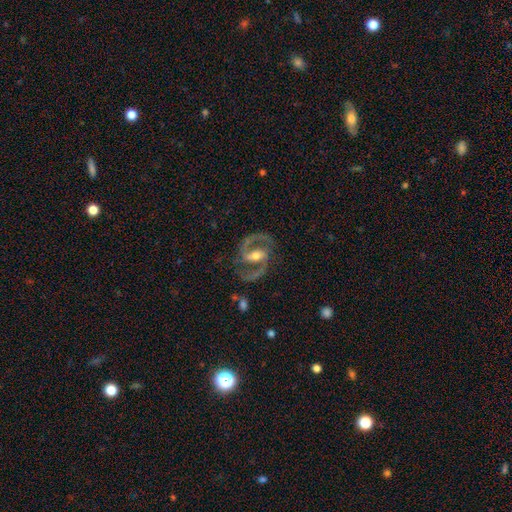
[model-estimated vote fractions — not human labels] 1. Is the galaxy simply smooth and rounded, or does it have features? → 92% featured or disk, 4% star or artifact, 3% smooth.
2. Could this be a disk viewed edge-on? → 98% no, 2% yes.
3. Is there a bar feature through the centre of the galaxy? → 42% weak, 40% strong, 17% no.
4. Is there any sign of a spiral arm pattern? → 98% yes, 2% no.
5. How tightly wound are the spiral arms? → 68% medium, 17% tight, 14% loose.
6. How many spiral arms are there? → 94% 2, 2% 3, 2% can't tell, 1% 1, 1% 4, 1% more than 4.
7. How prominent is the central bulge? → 59% moderate, 33% small, 5% large, 2% none, 1% dominant.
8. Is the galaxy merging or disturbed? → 79% none, 13% minor disturbance, 7% major disturbance, 2% merger.